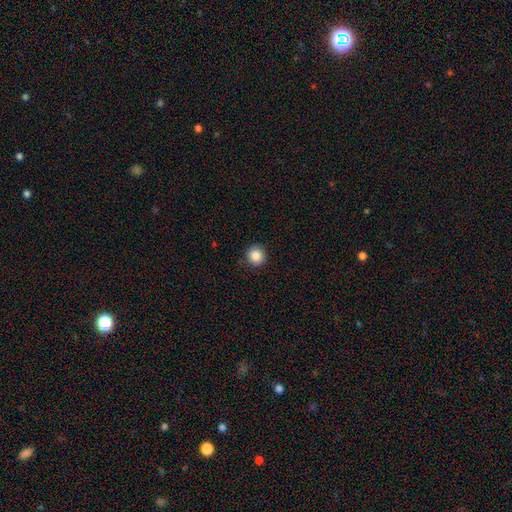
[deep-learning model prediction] Q: Smooth or featured?
A: smooth (87%); runner-up: star or artifact (9%)
Q: How rounded?
A: round (92%); runner-up: in between (7%)
Q: Merging?
A: none (88%); runner-up: minor disturbance (9%)